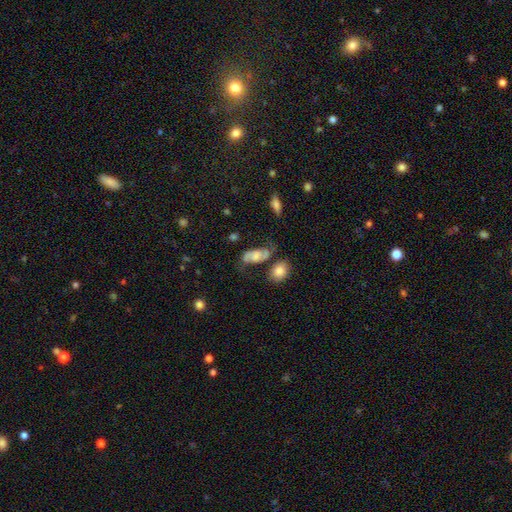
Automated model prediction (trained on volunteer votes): This is possibly a featured or disk galaxy (54%). It is clearly not viewed edge-on (94%). Bar: possibly no (56%). Spiral arm pattern: clearly yes (84%). Central bulge: marginally moderate (35%). Merging: possibly none (53%).